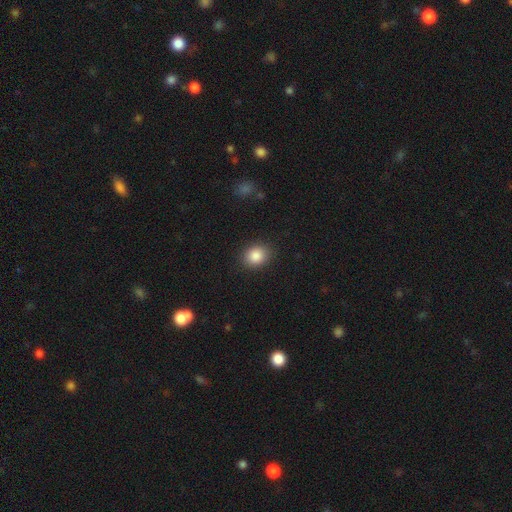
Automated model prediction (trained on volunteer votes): smooth 86%, star or artifact 9%, featured or disk 5%. Down the decision tree: how rounded — round (56%); merging — none (88%).